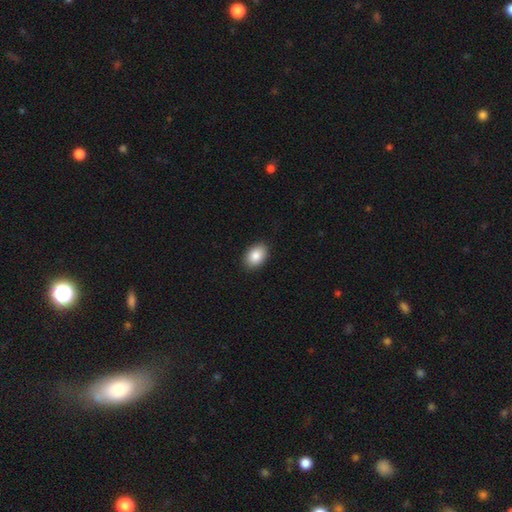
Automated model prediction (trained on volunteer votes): Smooth or featured?
  - smooth: 87% *
  - star or artifact: 7%
  - featured or disk: 6%
How rounded?
  - in between: 86% *
  - round: 13%
  - cigar-shaped: 1%
Merging?
  - none: 90% *
  - minor disturbance: 8%
  - major disturbance: 2%
  - merger: 1%